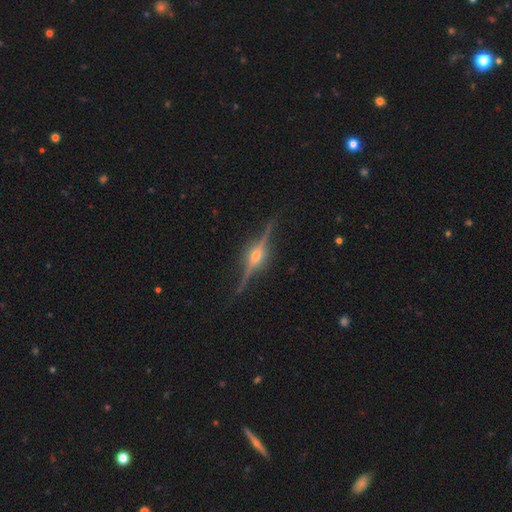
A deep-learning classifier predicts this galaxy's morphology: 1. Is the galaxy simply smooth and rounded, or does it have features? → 90% featured or disk, 6% star or artifact, 5% smooth.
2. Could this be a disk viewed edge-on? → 98% yes, 2% no.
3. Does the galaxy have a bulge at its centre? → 92% rounded, 6% boxy, 2% none.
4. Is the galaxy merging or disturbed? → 89% none, 8% minor disturbance, 2% major disturbance, 1% merger.